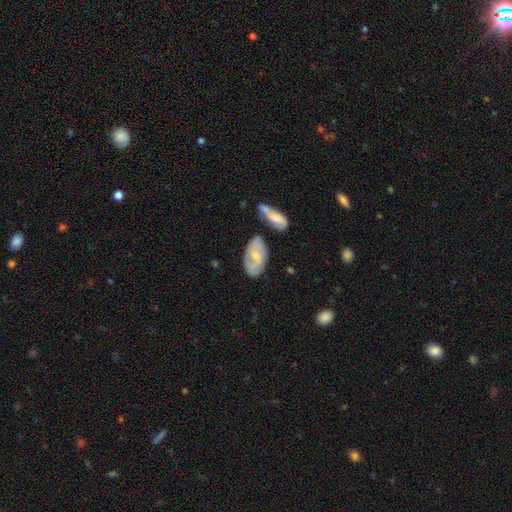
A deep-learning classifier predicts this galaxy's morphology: featured or disk 49%, smooth 45%, star or artifact 6%. Down the decision tree: merging — none (58%).